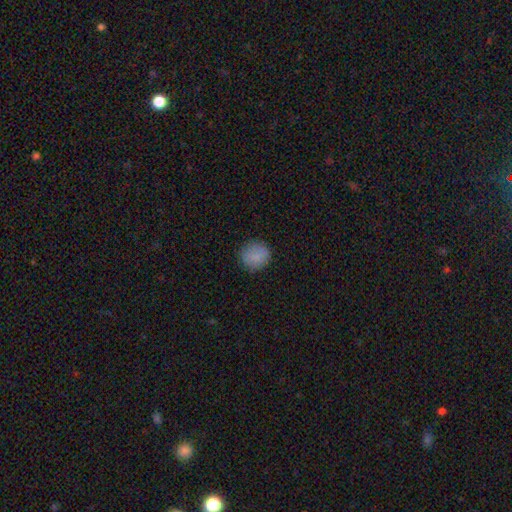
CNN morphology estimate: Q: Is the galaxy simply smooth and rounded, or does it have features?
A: smooth — 85%.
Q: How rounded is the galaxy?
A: round — 87%.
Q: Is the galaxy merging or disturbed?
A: none — 85%.